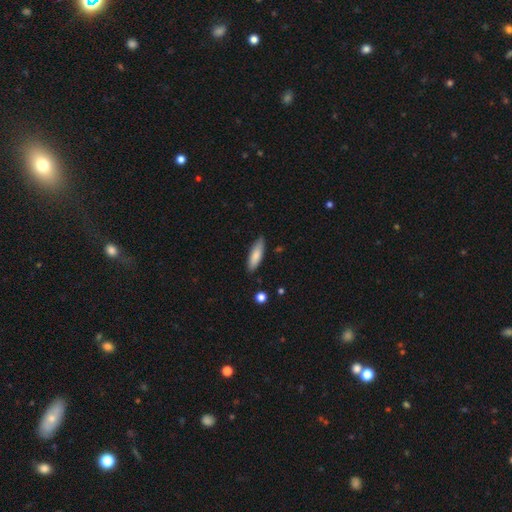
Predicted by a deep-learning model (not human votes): A smooth galaxy with no disk features (81%) that is cigar-shaped (53%).

Vote fractions:
- Smooth or featured? smooth: 81% / featured or disk: 13% / star or artifact: 6%
- How rounded? cigar-shaped: 53% / in between: 45% / round: 2%
- Merging? none: 83% / minor disturbance: 13% / major disturbance: 2% / merger: 2%